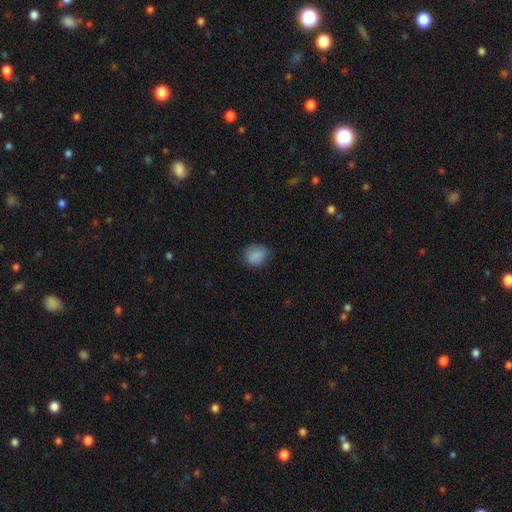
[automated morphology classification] smooth-or-featured: smooth: 86% | star or artifact: 9% | featured or disk: 5%
  how-rounded: round: 65% | in between: 34% | cigar-shaped: 1%
  merging: none: 72% | minor disturbance: 22% | major disturbance: 5% | merger: 1%